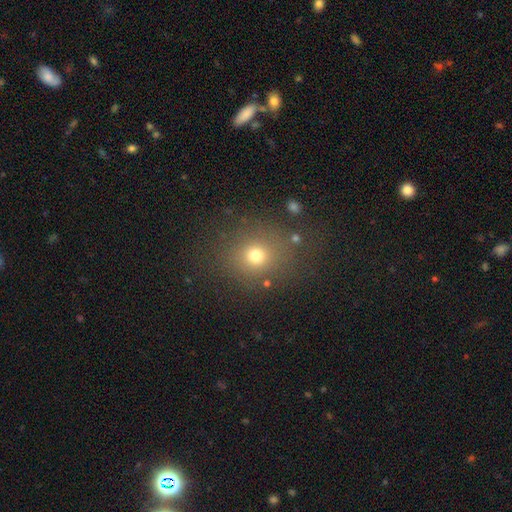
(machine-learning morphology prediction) Smooth or featured? smooth (71%)
How rounded? round (80%)
Merging? none (80%)